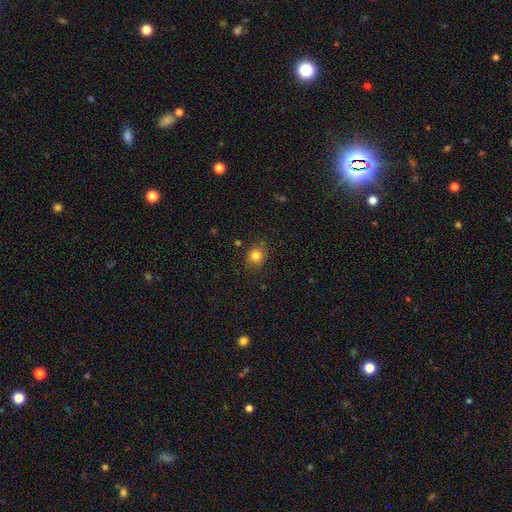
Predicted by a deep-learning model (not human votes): Overall: smooth (83%). How rounded: round (80%). Merging: none (85%).